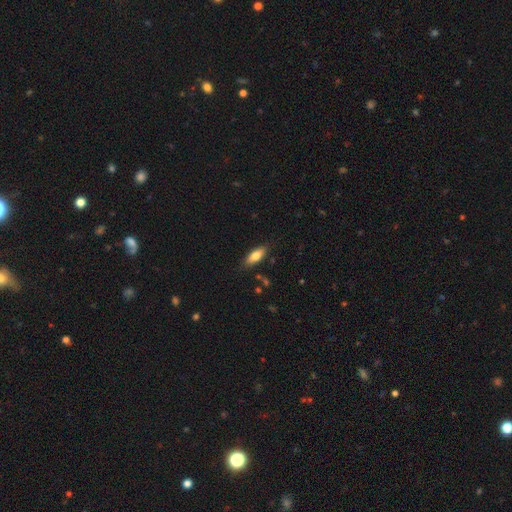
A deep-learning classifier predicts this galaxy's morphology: A smooth galaxy with no disk features (73%) that is in between round and cigar-shaped (74%).

Vote fractions:
- Smooth or featured? smooth: 73% / featured or disk: 20% / star or artifact: 7%
- How rounded? in between: 74% / cigar-shaped: 24% / round: 2%
- Merging? none: 84% / minor disturbance: 12% / major disturbance: 2% / merger: 2%